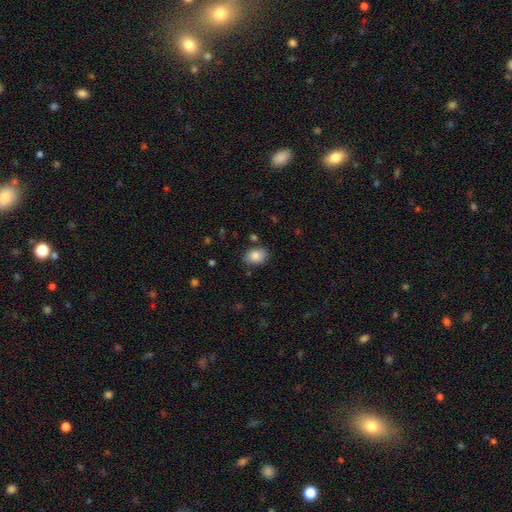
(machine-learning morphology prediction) type=smooth (86%); roundness=in between (78%); merging=none (81%).